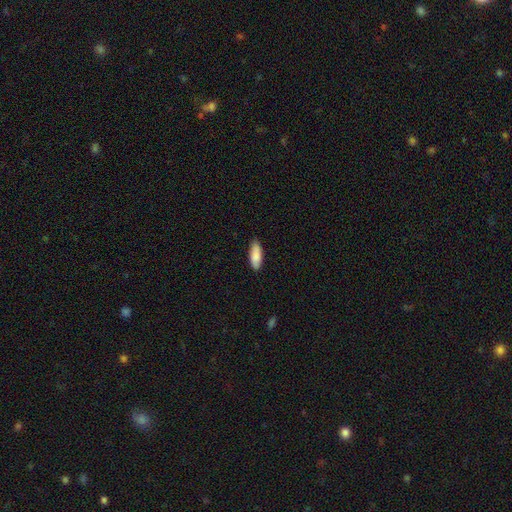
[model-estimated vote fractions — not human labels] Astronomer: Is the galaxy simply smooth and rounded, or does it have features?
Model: smooth — 88%.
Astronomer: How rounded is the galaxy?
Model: in between — 66%.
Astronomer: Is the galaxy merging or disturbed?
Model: none — 86%.